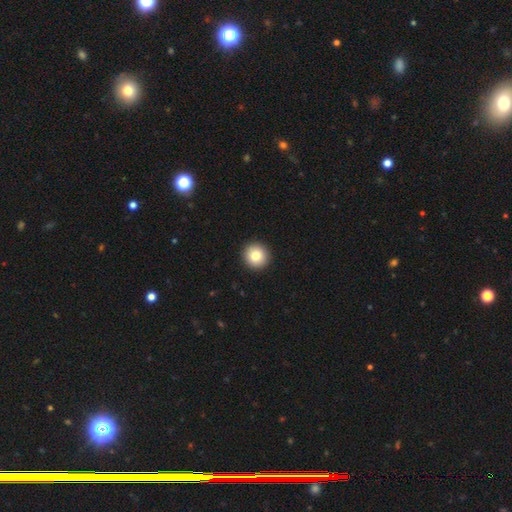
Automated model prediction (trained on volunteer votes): Smooth or featured: smooth — 82% (star or artifact — 9%)
How rounded: round — 94% (in between — 5%)
Merging: none — 94% (minor disturbance — 4%)